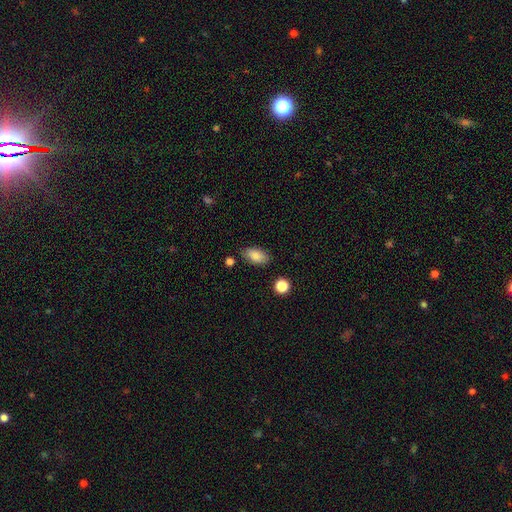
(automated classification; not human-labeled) This appears to be a smooth galaxy with no disk features (84%) that is in between round and cigar-shaped (91%). Merging: none (82%).